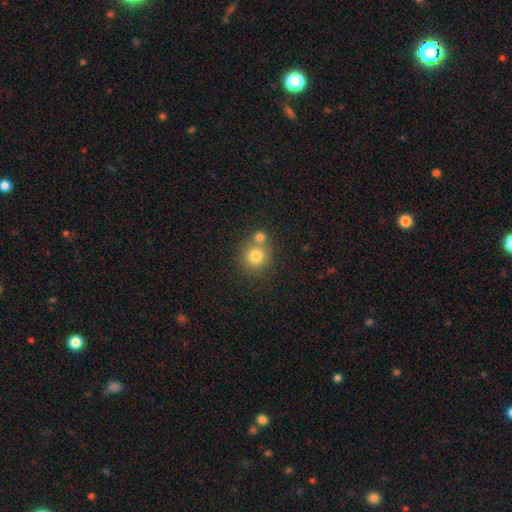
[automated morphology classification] The model was most divided on "merging": none: 59%, merger: 30%, minor disturbance: 8%, major disturbance: 3%. More confident: how rounded — round (91%); smooth or featured — smooth (79%).